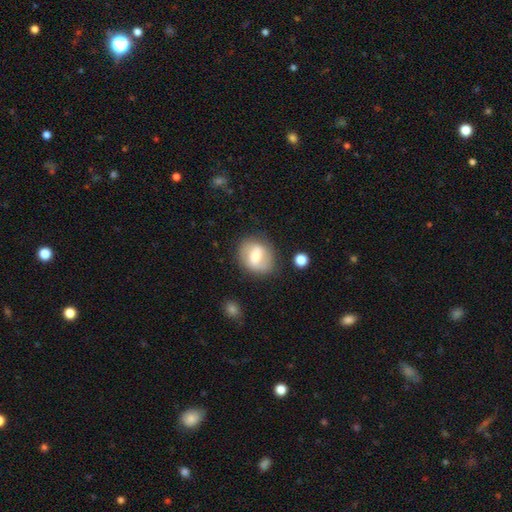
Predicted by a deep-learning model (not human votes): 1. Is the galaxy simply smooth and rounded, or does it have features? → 49% smooth, 43% featured or disk, 7% star or artifact.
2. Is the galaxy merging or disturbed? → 76% none, 15% minor disturbance, 6% major disturbance, 3% merger.